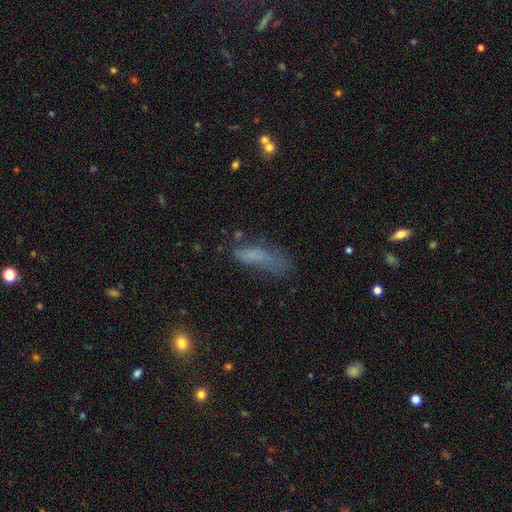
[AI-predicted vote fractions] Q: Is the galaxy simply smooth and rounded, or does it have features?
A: smooth — 63%.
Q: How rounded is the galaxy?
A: cigar-shaped — 55%.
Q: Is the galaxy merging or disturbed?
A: none — 37%.